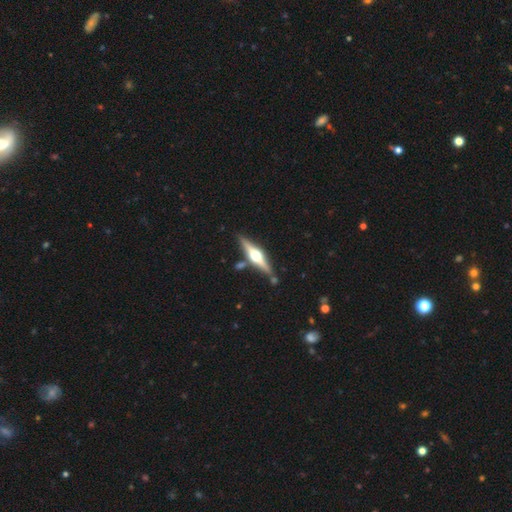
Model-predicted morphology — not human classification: smooth-or-featured: featured or disk: 80% | smooth: 15% | star or artifact: 5%
  disk-edge-on: yes: 98% | no: 2%
    edge-on-bulge: rounded: 96% | boxy: 3% | none: 1%
  merging: none: 82% | minor disturbance: 10% | merger: 6% | major disturbance: 2%